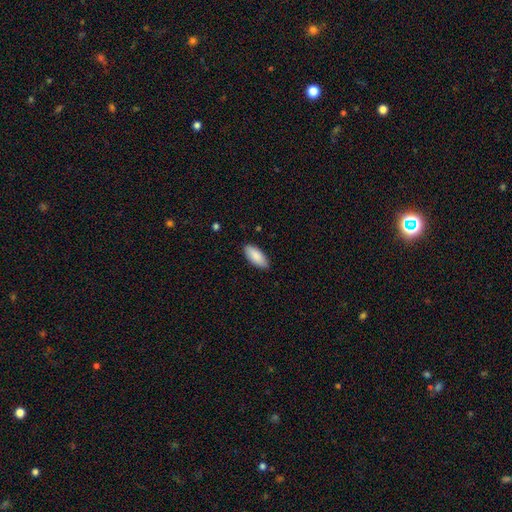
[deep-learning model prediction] Smooth or featured: smooth — 89% (star or artifact — 6%)
How rounded: in between — 87% (cigar-shaped — 12%)
Merging: none — 86% (minor disturbance — 11%)